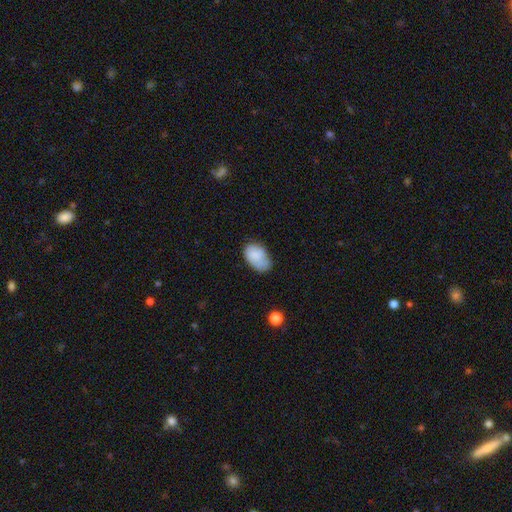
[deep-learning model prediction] A smooth galaxy with no disk features (80%) that is in between round and cigar-shaped (90%). Merging: none (50%).